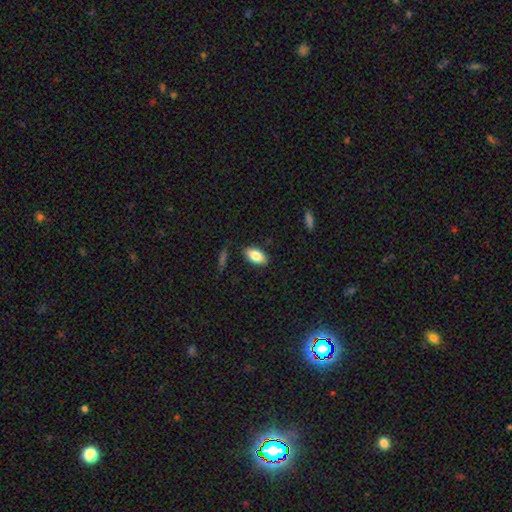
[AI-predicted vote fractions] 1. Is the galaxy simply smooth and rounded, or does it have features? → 81% smooth, 12% featured or disk, 7% star or artifact.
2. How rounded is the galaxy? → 91% in between, 4% cigar-shaped, 4% round.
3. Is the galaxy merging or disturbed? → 85% none, 11% minor disturbance, 2% major disturbance, 1% merger.